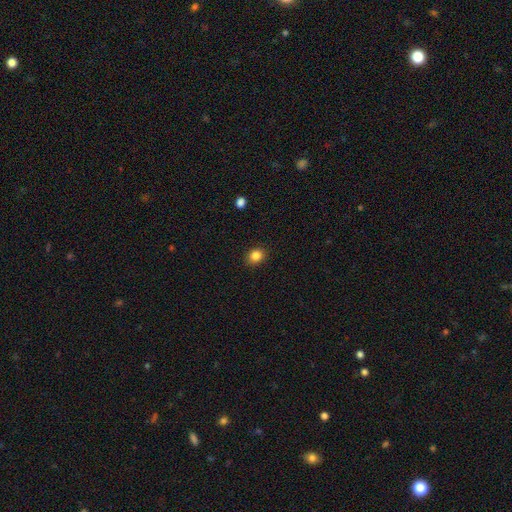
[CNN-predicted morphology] A smooth galaxy with no disk features (85%) that is round (65%). Merging: none (90%).